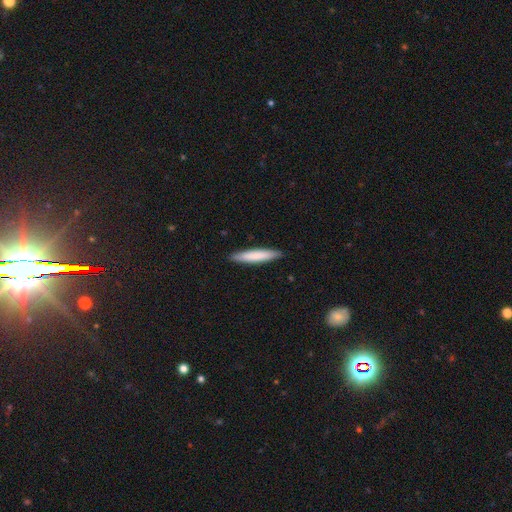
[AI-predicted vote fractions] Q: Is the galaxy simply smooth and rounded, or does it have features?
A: smooth — 79%.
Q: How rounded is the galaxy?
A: cigar-shaped — 91%.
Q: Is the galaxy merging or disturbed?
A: none — 90%.